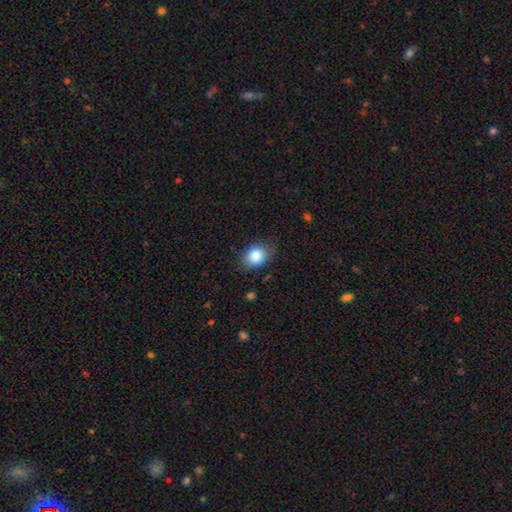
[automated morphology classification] Q: Smooth or featured?
A: smooth (87%); runner-up: star or artifact (8%)
Q: How rounded?
A: in between (54%); runner-up: round (46%)
Q: Merging?
A: none (76%); runner-up: minor disturbance (18%)